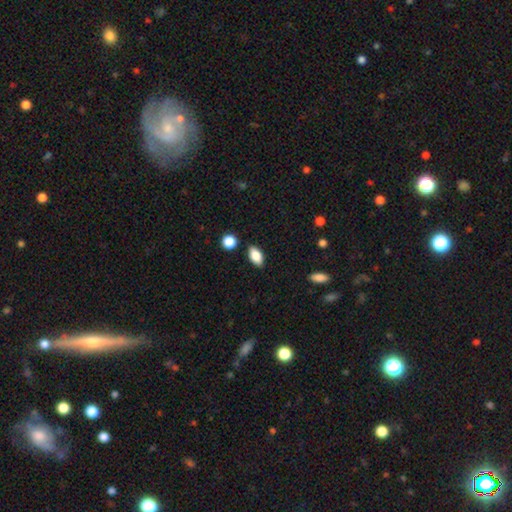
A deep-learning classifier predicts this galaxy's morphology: Smooth or featured? Predicted: smooth (p=0.85). How rounded? Predicted: in between (p=0.89). Merging? Predicted: none (p=0.85).